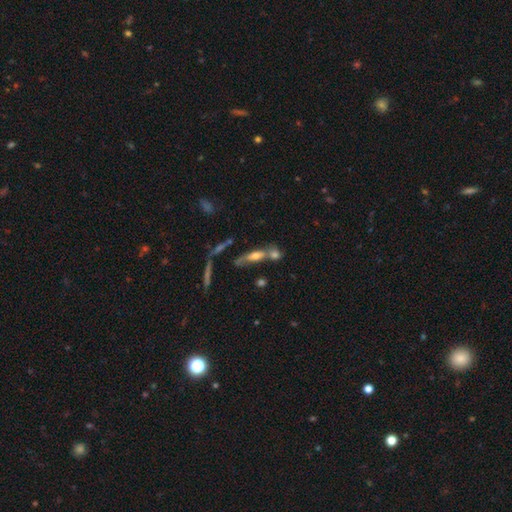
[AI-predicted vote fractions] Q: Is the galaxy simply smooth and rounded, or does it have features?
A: smooth — 47%.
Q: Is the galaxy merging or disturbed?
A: merger — 44%.